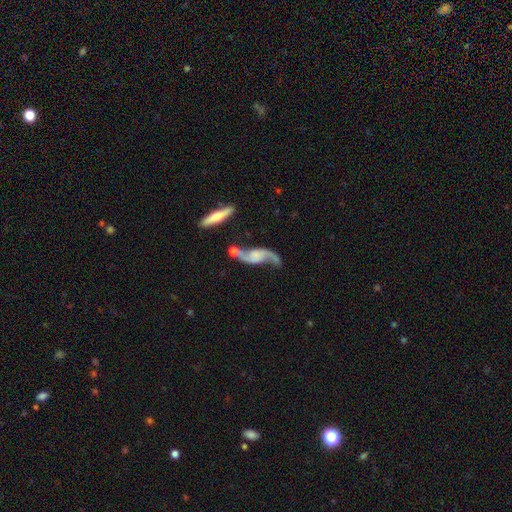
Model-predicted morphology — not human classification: Overall: featured or disk (88%). Edge-on disk: no (90%). Bar: no (59%; weak 31%). Spiral arms: yes (95%). Spiral arm count: 2 (93%). Spiral winding: loose (85%). Bulge size: none (48%; small 24%). Merging: none (54%; minor disturbance 19%).